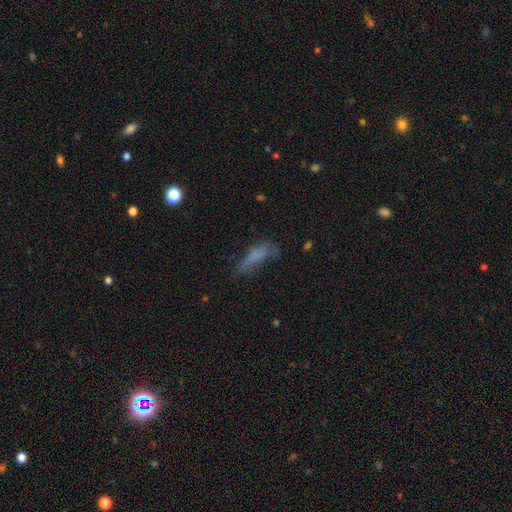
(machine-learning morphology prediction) smooth-or-featured: smooth: 62% | featured or disk: 24% | star or artifact: 14%
  how-rounded: cigar-shaped: 52% | in between: 45% | round: 3%
  merging: none: 40% | major disturbance: 29% | minor disturbance: 28% | merger: 4%